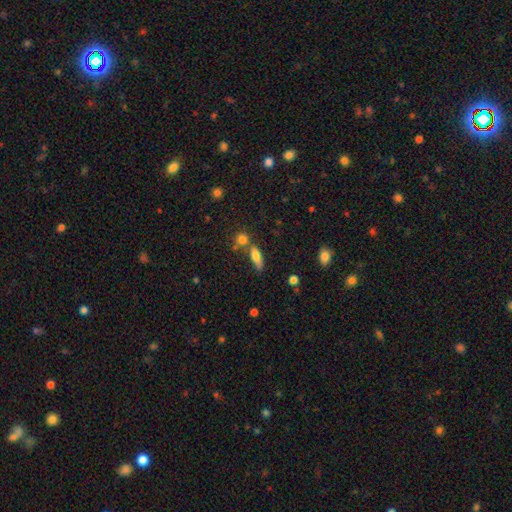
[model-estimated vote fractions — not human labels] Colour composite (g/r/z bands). It shows a smooth galaxy with no disk features (72%) that is in between round and cigar-shaped (54%). Merging: none (53%).